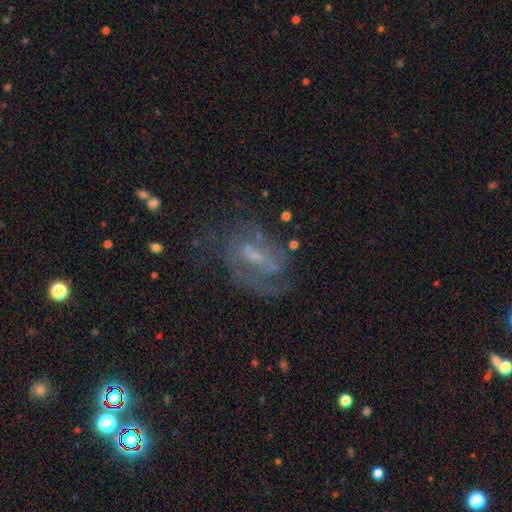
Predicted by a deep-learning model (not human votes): featured or disk 73%, smooth 15%, star or artifact 11%. Down the decision tree: edge-on disk — no (95%); bar — weak (50%); spiral arms — yes (82%); spiral arm count — 2 (43%); spiral winding — medium (45%); bulge size — small (50%); merging — none (55%).